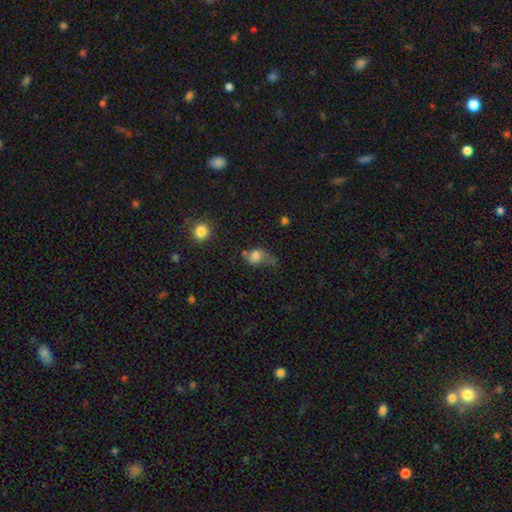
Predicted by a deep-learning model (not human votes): Smooth or featured: smooth — 69% (featured or disk — 19%)
How rounded: in between — 50% (round — 48%)
Merging: major disturbance — 35% (minor disturbance — 27%)